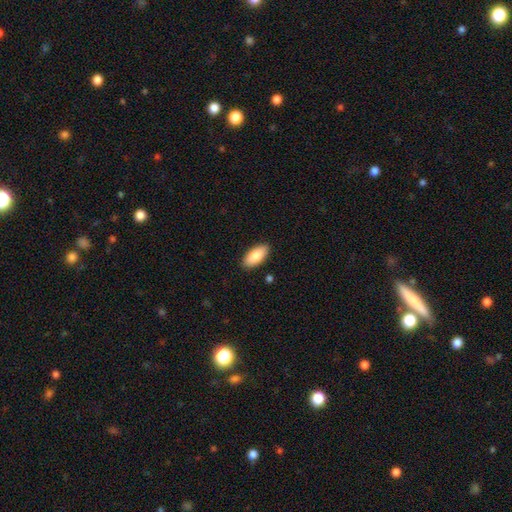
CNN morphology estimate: This appears to be a smooth galaxy with no disk features (86%) that is in between round and cigar-shaped (90%). Merging: none (88%).